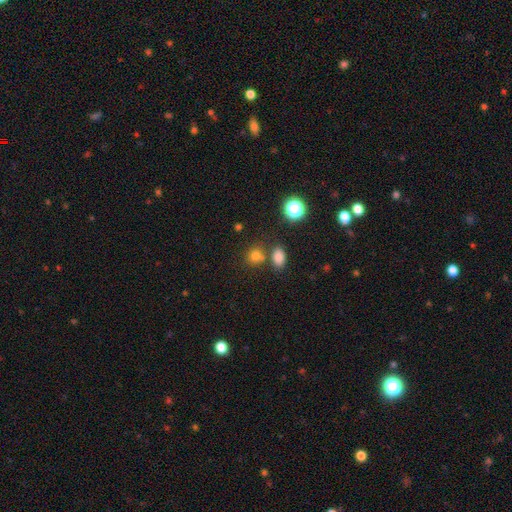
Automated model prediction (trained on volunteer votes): Smooth or featured?
  - smooth: 76% *
  - star or artifact: 18%
  - featured or disk: 7%
How rounded?
  - round: 67% *
  - in between: 32%
  - cigar-shaped: 1%
Merging?
  - none: 64% *
  - merger: 22%
  - minor disturbance: 10%
  - major disturbance: 4%